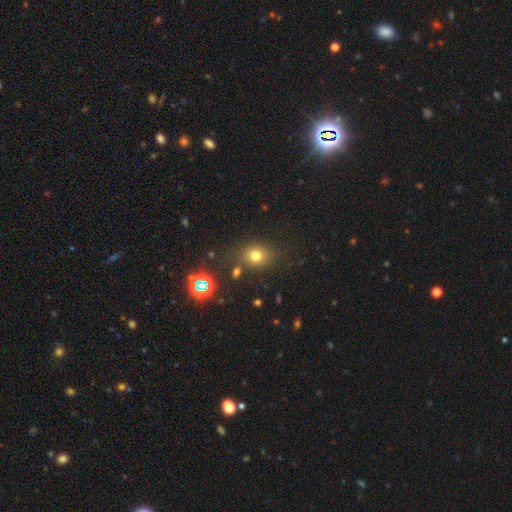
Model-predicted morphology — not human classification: type=smooth (69%); roundness=round (66%); merging=none (78%).